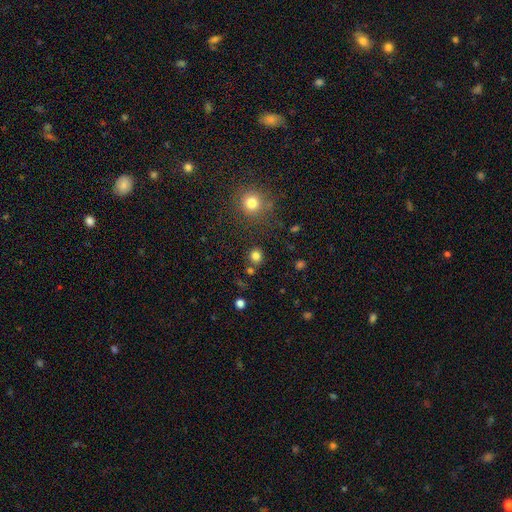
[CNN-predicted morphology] Q: Smooth or featured?
A: smooth (80%); runner-up: star or artifact (15%)
Q: How rounded?
A: round (84%); runner-up: in between (15%)
Q: Merging?
A: none (81%); runner-up: minor disturbance (8%)